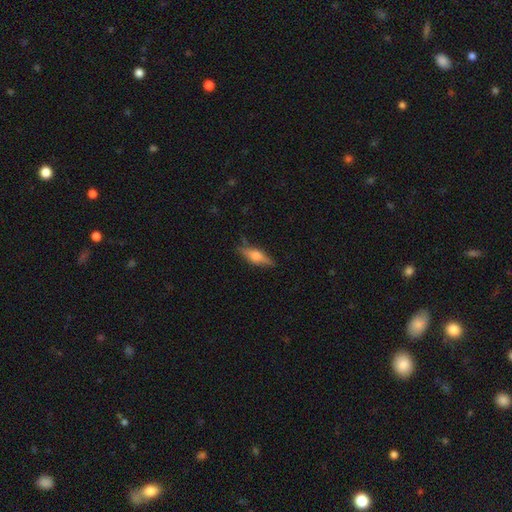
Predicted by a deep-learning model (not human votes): Smooth or featured? smooth (48%)
Merging? none (76%)